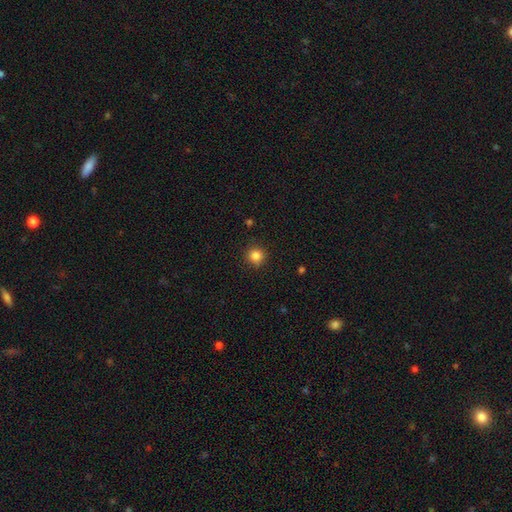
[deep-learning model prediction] A smooth galaxy with no disk features (85%) that is round (93%). Merging: none (89%).